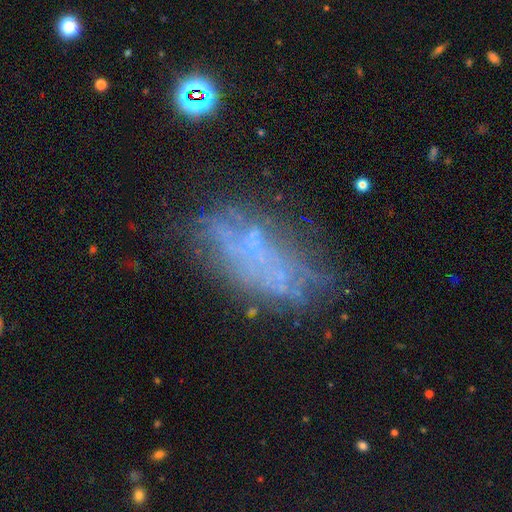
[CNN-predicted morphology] Smooth or featured: featured or disk — 50% (smooth — 29%)
Merging: none — 50% (minor disturbance — 22%)